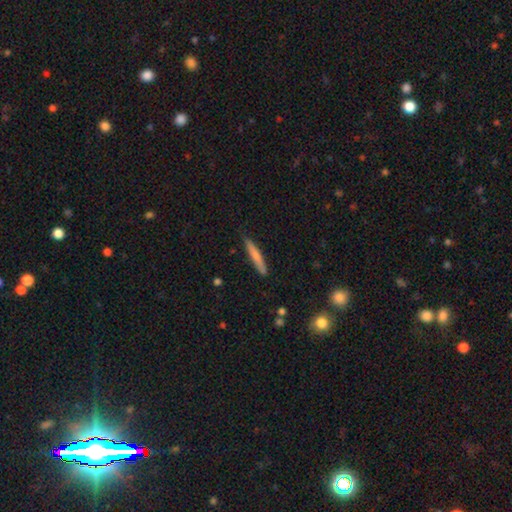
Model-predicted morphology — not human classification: smooth_or_featured: smooth (p=0.68) [alt: featured or disk p=0.27]
how_rounded: cigar-shaped (p=0.94) [alt: in between p=0.04]
merging: none (p=0.87) [alt: minor disturbance p=0.10]